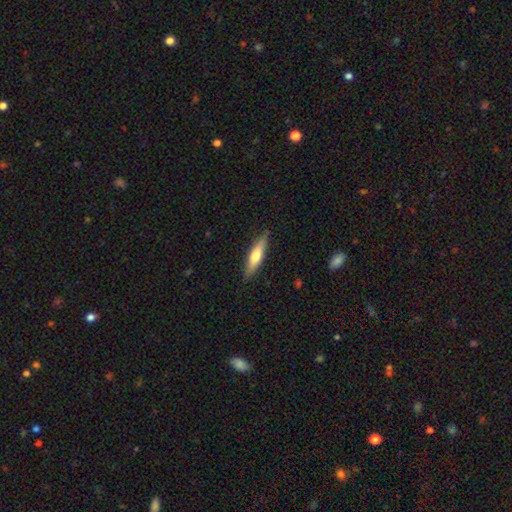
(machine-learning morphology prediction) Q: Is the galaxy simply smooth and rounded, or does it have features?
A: smooth — 55%.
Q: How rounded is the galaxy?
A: cigar-shaped — 76%.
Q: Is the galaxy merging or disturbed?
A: none — 86%.